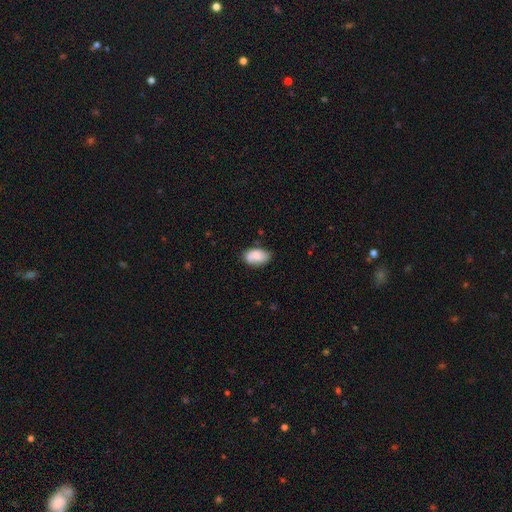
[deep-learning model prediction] This is likely a smooth galaxy (79%). How rounded: clearly in between (92%). Merging: likely none (68%).